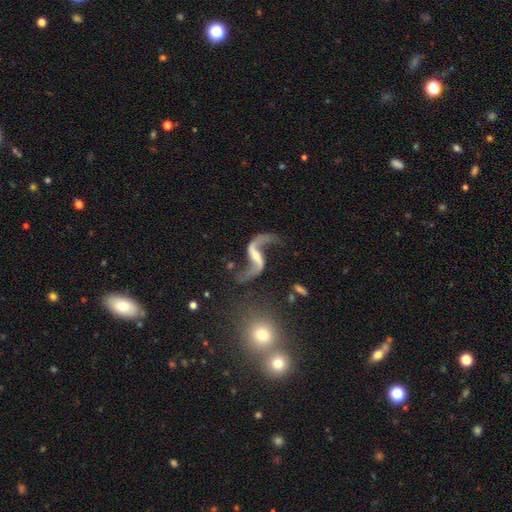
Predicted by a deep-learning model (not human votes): A featured or disk galaxy (91%) with a weak bar (41%), 2 (94%) loose (92%) spiral arms (97%) and a small central bulge (59%). Merging: none (67%).